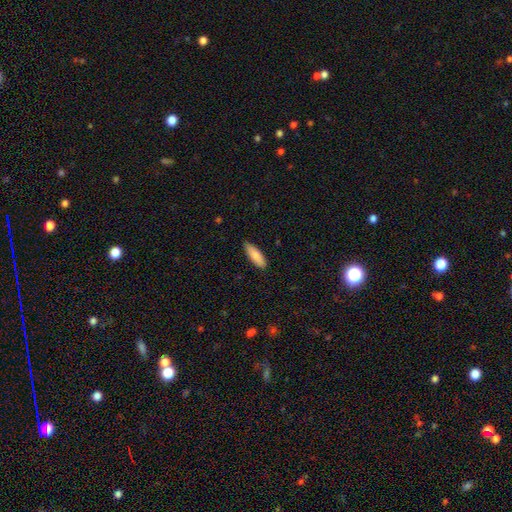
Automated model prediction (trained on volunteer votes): smooth_or_featured: smooth (p=0.83) [alt: featured or disk p=0.11]
how_rounded: in between (p=0.54) [alt: cigar-shaped p=0.44]
merging: none (p=0.85) [alt: minor disturbance p=0.12]